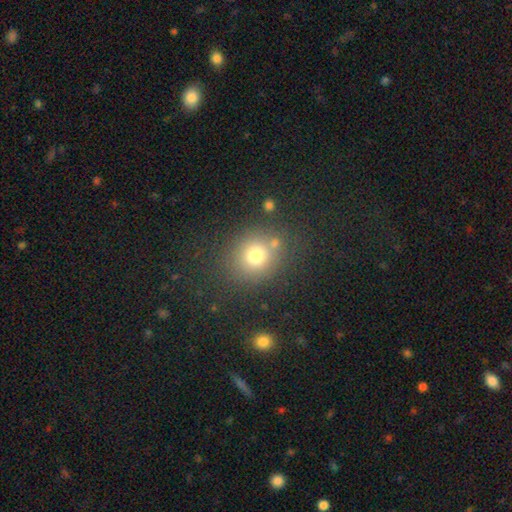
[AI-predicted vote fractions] Q: Smooth or featured?
A: smooth (74%); runner-up: star or artifact (17%)
Q: How rounded?
A: round (81%); runner-up: in between (18%)
Q: Merging?
A: none (76%); runner-up: minor disturbance (11%)